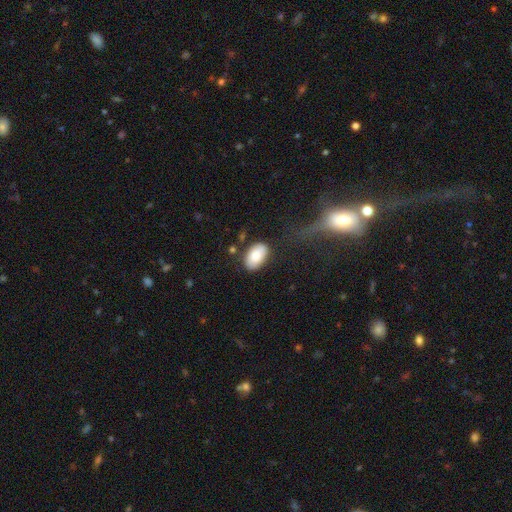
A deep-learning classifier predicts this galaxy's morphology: The model was most divided on "merging": none: 79%, minor disturbance: 14%, merger: 4%, major disturbance: 4%. More confident: how rounded — in between (93%); smooth or featured — smooth (82%).